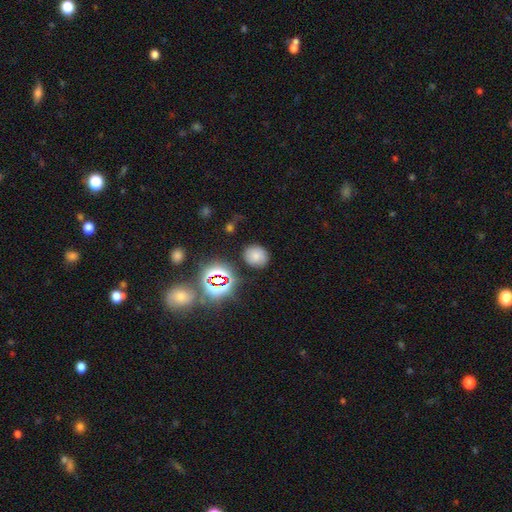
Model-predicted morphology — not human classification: A smooth galaxy with no disk features (71%) that is round (69%).

Vote fractions:
- Smooth or featured? smooth: 71% / star or artifact: 20% / featured or disk: 9%
- How rounded? round: 69% / in between: 30% / cigar-shaped: 1%
- Merging? none: 81% / minor disturbance: 12% / major disturbance: 4% / merger: 3%